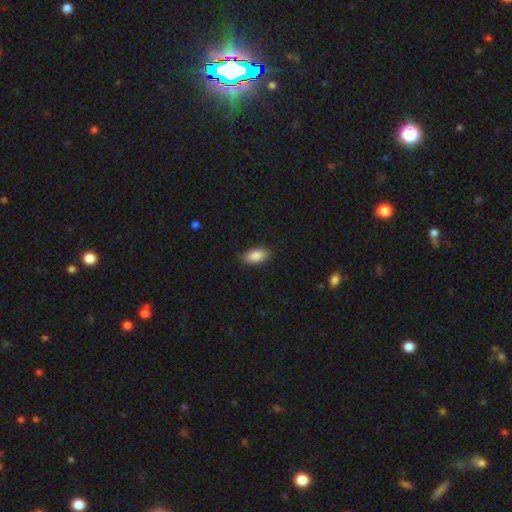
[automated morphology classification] Smooth or featured?
  - smooth: 87% *
  - star or artifact: 7%
  - featured or disk: 6%
How rounded?
  - in between: 92% *
  - cigar-shaped: 4%
  - round: 4%
Merging?
  - none: 85% *
  - minor disturbance: 12%
  - major disturbance: 2%
  - merger: 1%